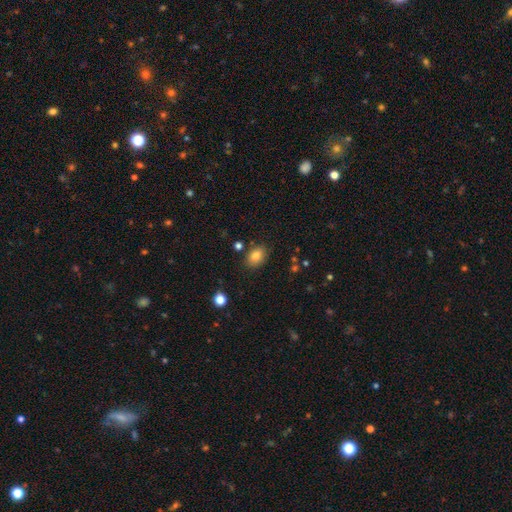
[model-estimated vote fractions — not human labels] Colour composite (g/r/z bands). It shows a smooth galaxy with no disk features (82%) that is in between round and cigar-shaped (76%). Merging: none (81%).